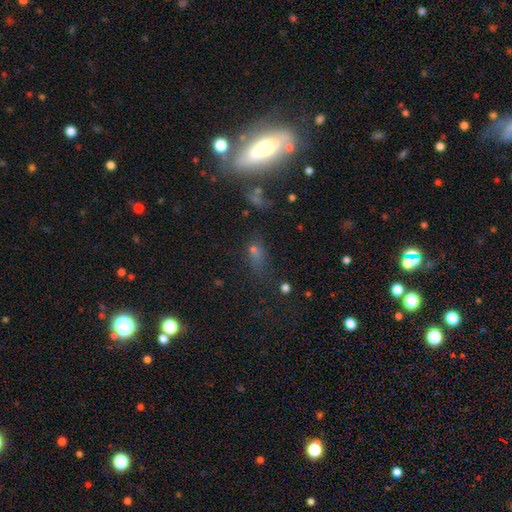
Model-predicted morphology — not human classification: Q: Smooth or featured?
A: smooth (48%); runner-up: featured or disk (28%)
Q: Merging?
A: none (58%); runner-up: minor disturbance (19%)